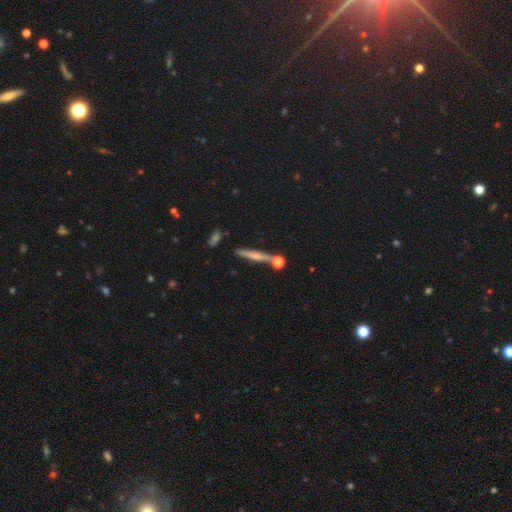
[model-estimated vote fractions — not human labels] Smooth or featured? Predicted: smooth (p=0.50). How rounded? Predicted: cigar-shaped (p=0.90). Merging? Predicted: none (p=0.75).